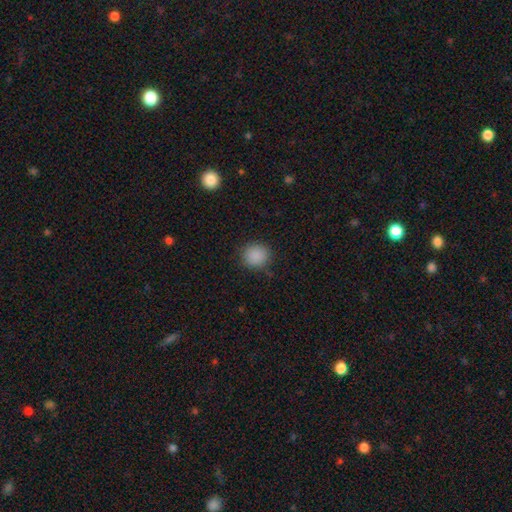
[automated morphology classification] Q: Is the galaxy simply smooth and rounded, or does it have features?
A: smooth — 88%.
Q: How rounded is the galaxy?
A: round — 86%.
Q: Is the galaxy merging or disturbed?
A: none — 86%.